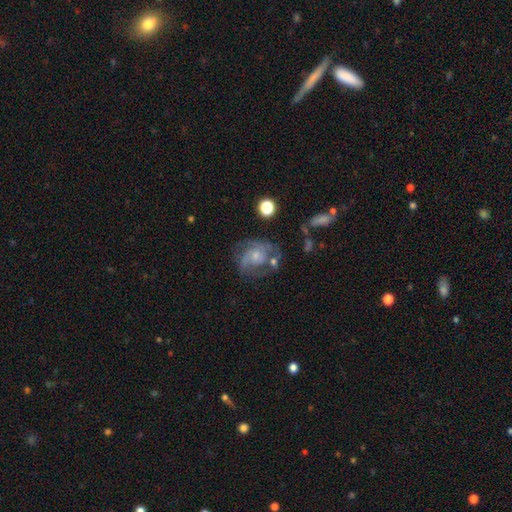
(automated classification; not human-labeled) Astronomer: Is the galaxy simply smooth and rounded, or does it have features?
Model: featured or disk — 71%.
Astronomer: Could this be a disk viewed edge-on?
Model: no — 98%.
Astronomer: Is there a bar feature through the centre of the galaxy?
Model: no — 73%.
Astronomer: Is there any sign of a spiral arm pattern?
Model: yes — 83%.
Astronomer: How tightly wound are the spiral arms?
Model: medium — 44% (runner-up: tight, 37%).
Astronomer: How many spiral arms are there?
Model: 2 — 37% (runner-up: can't tell, 31%).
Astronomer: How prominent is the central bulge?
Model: small — 54% (runner-up: moderate, 32%).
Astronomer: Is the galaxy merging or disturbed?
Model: none — 48%.